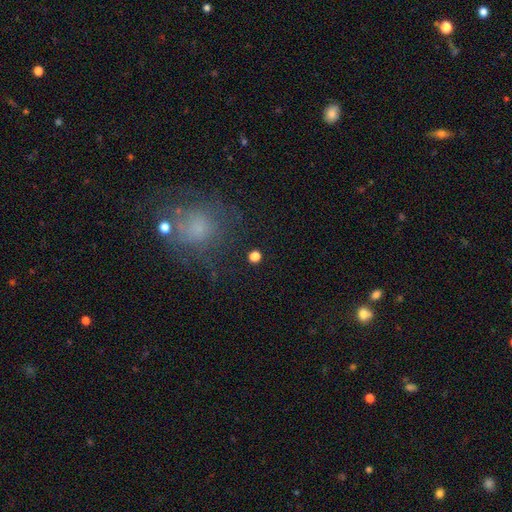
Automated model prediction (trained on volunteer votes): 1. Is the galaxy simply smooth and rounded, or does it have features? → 75% smooth, 19% star or artifact, 7% featured or disk.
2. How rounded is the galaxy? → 88% round, 11% in between, 1% cigar-shaped.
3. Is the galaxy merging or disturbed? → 88% none, 6% minor disturbance, 3% major disturbance, 3% merger.